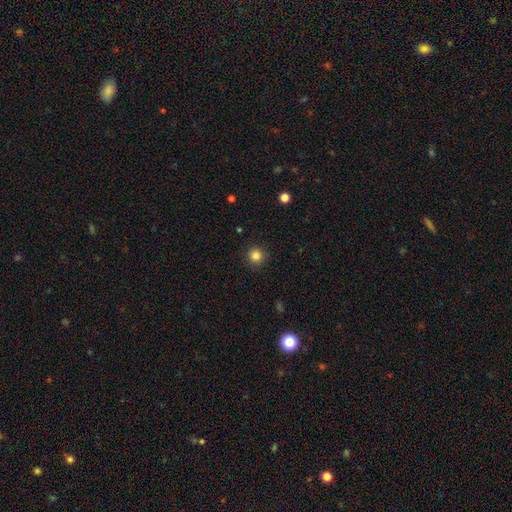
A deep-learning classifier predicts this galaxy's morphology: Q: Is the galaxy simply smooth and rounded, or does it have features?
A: smooth — 84%.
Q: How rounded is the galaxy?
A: round — 95%.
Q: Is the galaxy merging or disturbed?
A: none — 91%.